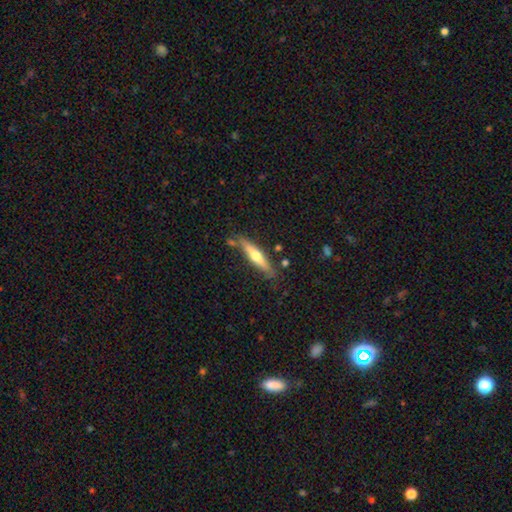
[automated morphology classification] type=featured or disk (50%); merging=none (78%).